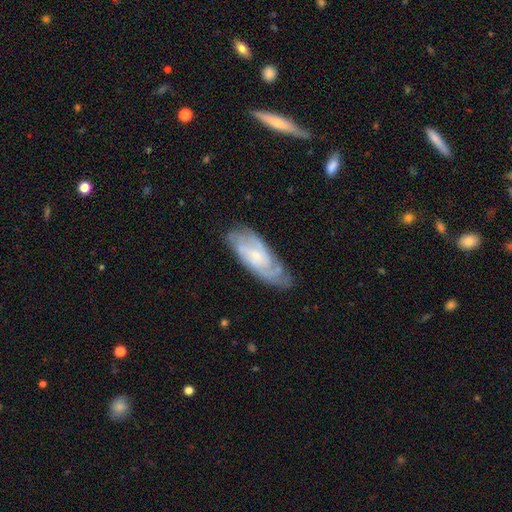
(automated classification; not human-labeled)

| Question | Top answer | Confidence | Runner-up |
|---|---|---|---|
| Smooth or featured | featured or disk | 78% | smooth (16%) |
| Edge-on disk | no | 91% | yes (9%) |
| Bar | no | 61% | weak (32%) |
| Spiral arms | yes | 93% | no (7%) |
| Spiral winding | tight | 53% | medium (38%) |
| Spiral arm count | can't tell | 34% | 2 (32%) |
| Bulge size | small | 72% | moderate (23%) |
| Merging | none | 71% | minor disturbance (22%) |